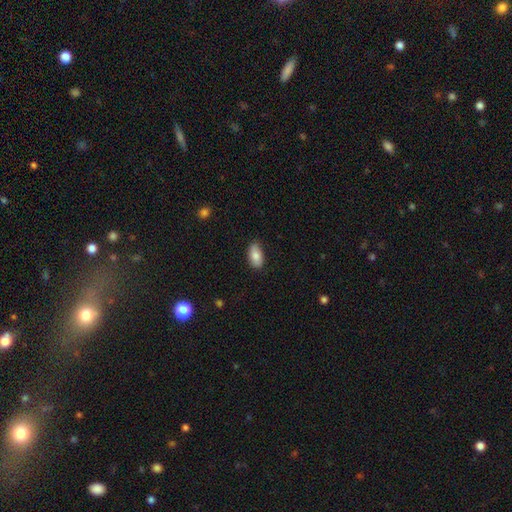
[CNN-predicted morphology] Smooth or featured: smooth — 84% (featured or disk — 10%)
How rounded: in between — 93% (round — 3%)
Merging: none — 83% (minor disturbance — 14%)